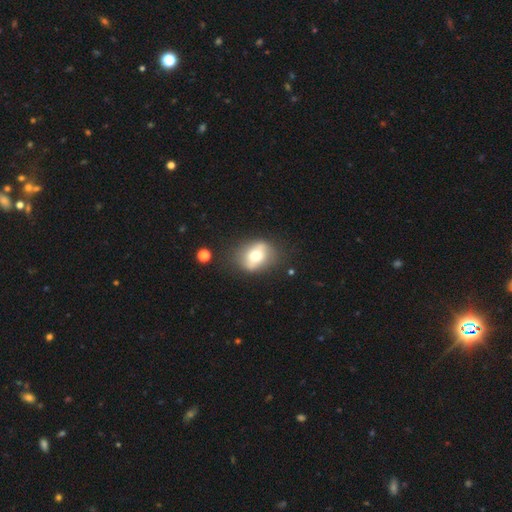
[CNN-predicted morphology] Smooth or featured?
  - smooth: 56% *
  - featured or disk: 36%
  - star or artifact: 8%
How rounded?
  - in between: 54% *
  - round: 44%
  - cigar-shaped: 2%
Merging?
  - none: 70% *
  - minor disturbance: 18%
  - major disturbance: 8%
  - merger: 4%